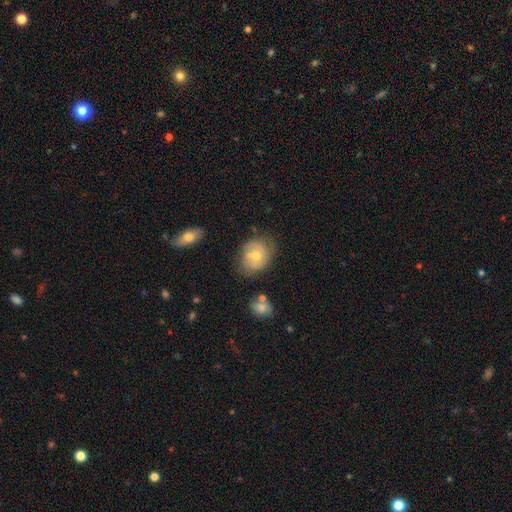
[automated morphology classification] The model was most divided on "smooth or featured": featured or disk: 53%, smooth: 38%, star or artifact: 9%. More confident: edge-on disk — no (96%); bar — no (71%); spiral arms — yes (70%); merging — none (66%); bulge size — moderate (60%).